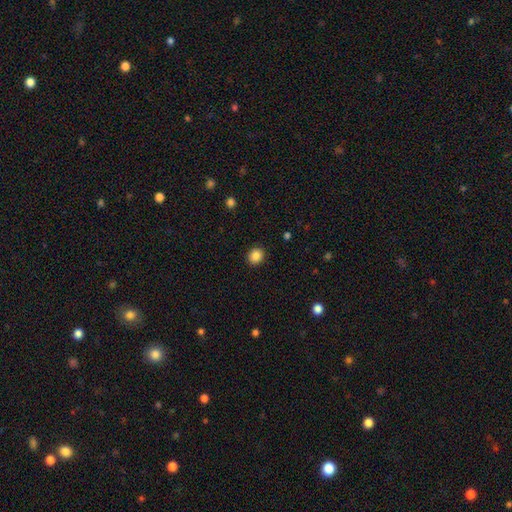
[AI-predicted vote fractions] This appears to be a smooth galaxy with no disk features (86%) that is round (79%). Merging: none (91%).